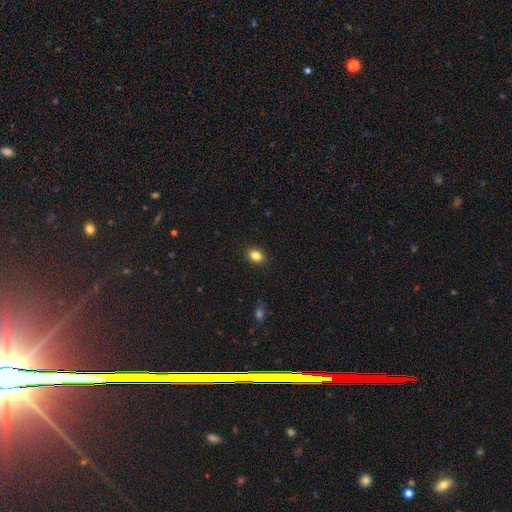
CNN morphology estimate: The model was most divided on "how rounded": in between: 73%, round: 25%, cigar-shaped: 1%. More confident: merging — none (89%); smooth or featured — smooth (84%).